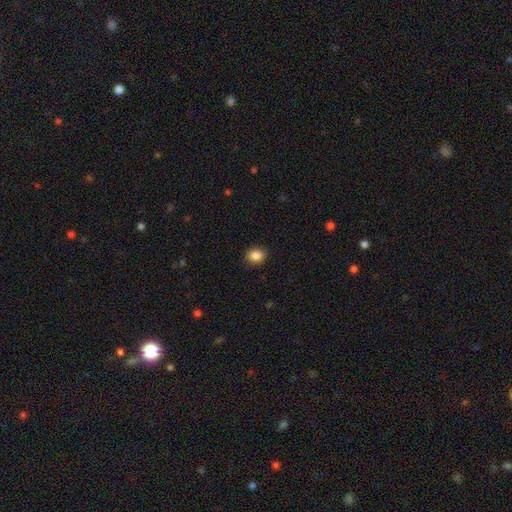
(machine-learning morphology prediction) A smooth galaxy with no disk features (86%) that is round (68%). Merging: none (88%).